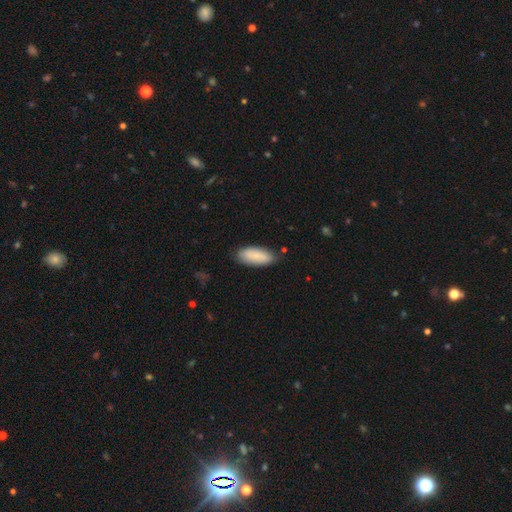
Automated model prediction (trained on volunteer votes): smooth 81%, featured or disk 13%, star or artifact 6%. Down the decision tree: how rounded — in between (81%); merging — none (80%).